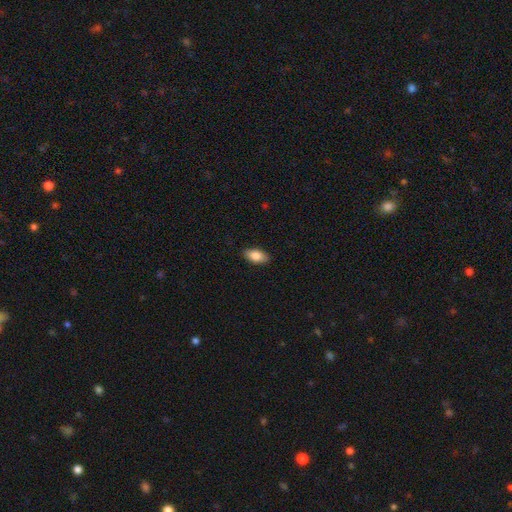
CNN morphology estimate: A smooth galaxy with no disk features (86%) that is in between round and cigar-shaped (92%).

Vote fractions:
- Smooth or featured? smooth: 86% / featured or disk: 8% / star or artifact: 7%
- How rounded? in between: 92% / cigar-shaped: 4% / round: 4%
- Merging? none: 88% / minor disturbance: 9% / major disturbance: 2% / merger: 1%